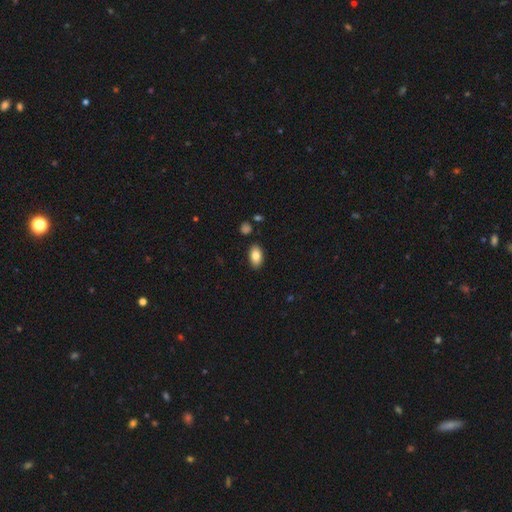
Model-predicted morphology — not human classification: Smooth or featured?
  - smooth: 82% *
  - featured or disk: 11%
  - star or artifact: 7%
How rounded?
  - in between: 93% *
  - round: 5%
  - cigar-shaped: 3%
Merging?
  - none: 87% *
  - minor disturbance: 9%
  - major disturbance: 2%
  - merger: 2%